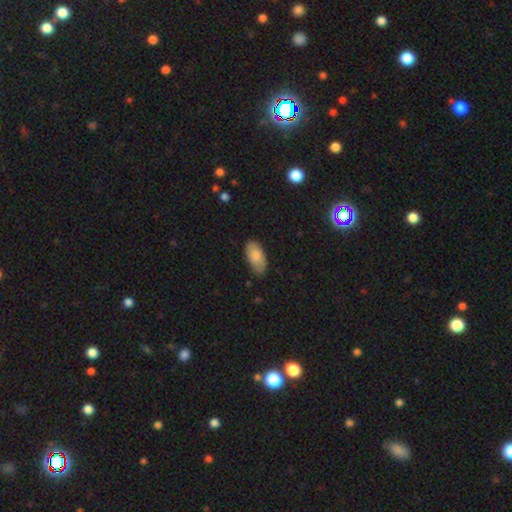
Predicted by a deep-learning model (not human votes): Smooth or featured?
  - smooth: 71% *
  - featured or disk: 22%
  - star or artifact: 7%
How rounded?
  - in between: 94% *
  - cigar-shaped: 4%
  - round: 3%
Merging?
  - none: 75% *
  - minor disturbance: 20%
  - major disturbance: 4%
  - merger: 1%